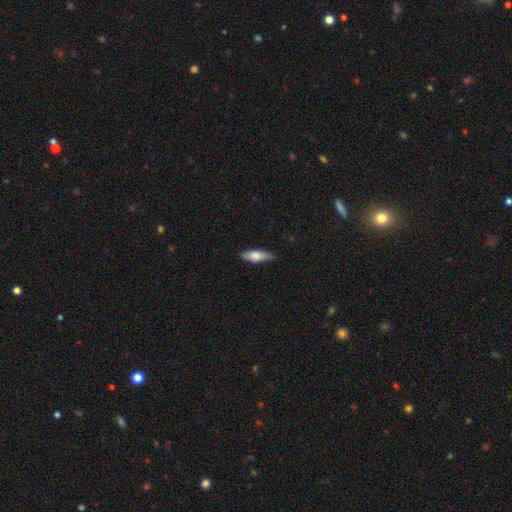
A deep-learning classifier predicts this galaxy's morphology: Smooth or featured? smooth (77%)
How rounded? in between (63%)
Merging? none (76%)